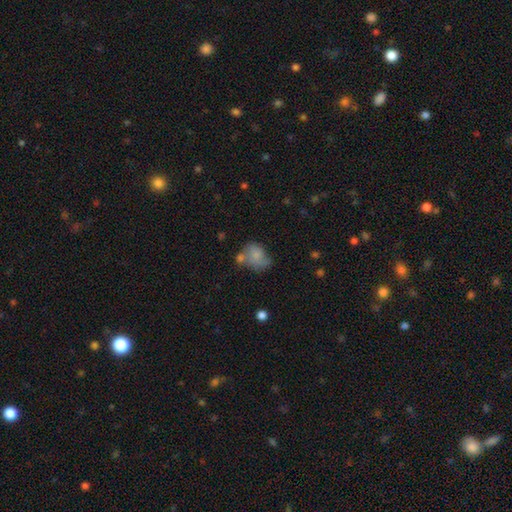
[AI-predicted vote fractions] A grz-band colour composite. It shows a smooth galaxy with no disk features (71%) that is in between round and cigar-shaped (55%). Merging: none (33%).